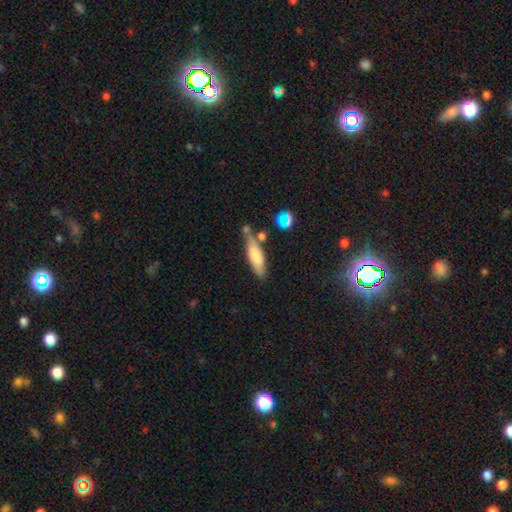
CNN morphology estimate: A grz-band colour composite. It shows a smooth galaxy with no disk features (71%) that is cigar-shaped (54%). Merging: none (63%).